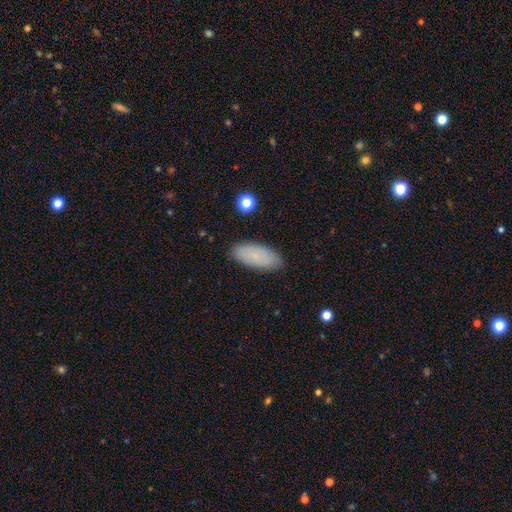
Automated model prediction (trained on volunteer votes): smooth 84%, featured or disk 9%, star or artifact 7%. Down the decision tree: how rounded — in between (86%); merging — none (86%).